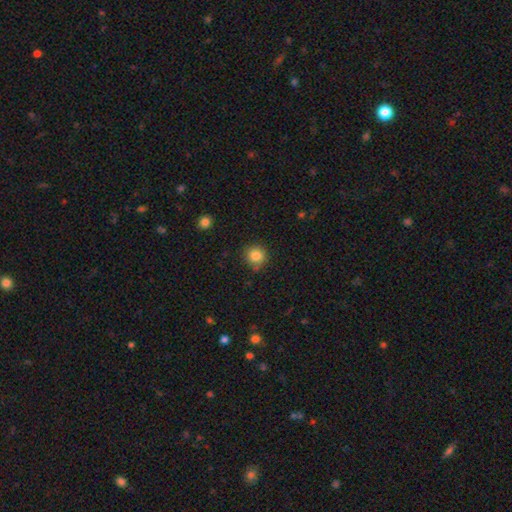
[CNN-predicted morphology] This is clearly a smooth galaxy (85%). How rounded: clearly round (92%). Merging: clearly none (85%).